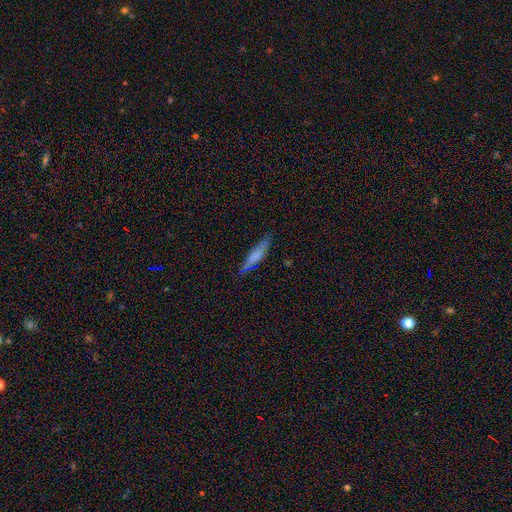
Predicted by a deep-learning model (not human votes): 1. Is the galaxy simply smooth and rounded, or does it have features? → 72% smooth, 18% featured or disk, 10% star or artifact.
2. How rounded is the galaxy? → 69% cigar-shaped, 29% in between, 2% round.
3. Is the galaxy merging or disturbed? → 73% none, 21% minor disturbance, 4% major disturbance, 2% merger.